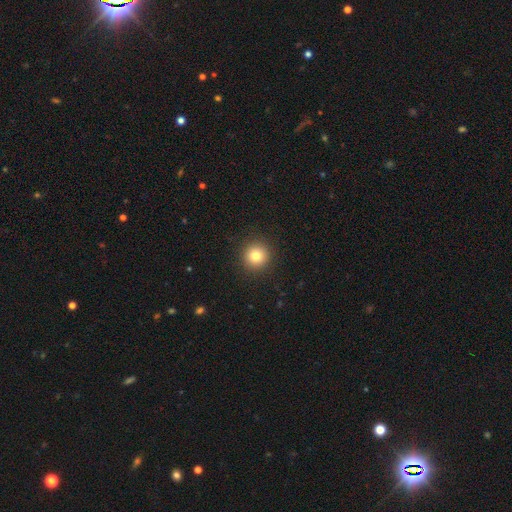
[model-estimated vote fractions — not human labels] A smooth galaxy with no disk features (80%) that is round (95%).

Vote fractions:
- Smooth or featured? smooth: 80% / star or artifact: 12% / featured or disk: 8%
- How rounded? round: 95% / in between: 4% / cigar-shaped: 1%
- Merging? none: 92% / minor disturbance: 5% / major disturbance: 2% / merger: 1%